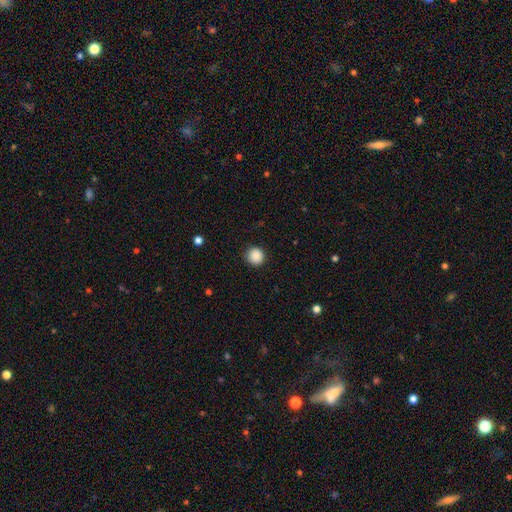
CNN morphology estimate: Smooth or featured? smooth (88%)
How rounded? round (93%)
Merging? none (91%)